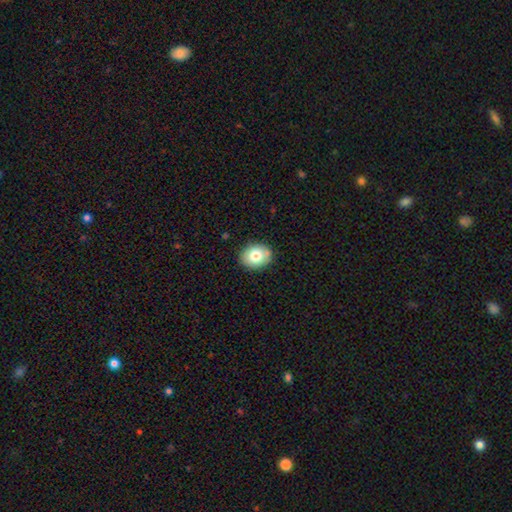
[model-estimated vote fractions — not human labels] Q: Smooth or featured?
A: smooth (78%); runner-up: featured or disk (13%)
Q: How rounded?
A: round (53%); runner-up: in between (46%)
Q: Merging?
A: none (85%); runner-up: minor disturbance (11%)